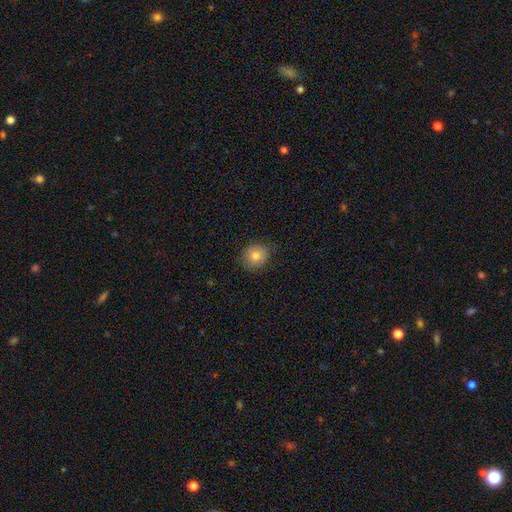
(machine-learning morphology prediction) smooth 80%, star or artifact 11%, featured or disk 9%. Down the decision tree: how rounded — round (81%); merging — none (84%).